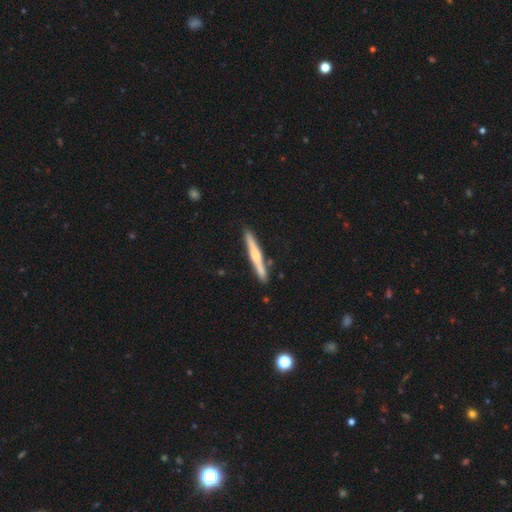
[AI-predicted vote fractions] smooth_or_featured: featured or disk (p=0.54) [alt: smooth p=0.41]
disk_edge_on: yes (p=0.97) [alt: no p=0.03]
edge_on_bulge: rounded (p=0.62) [alt: none p=0.26]
merging: none (p=0.85) [alt: minor disturbance p=0.09]